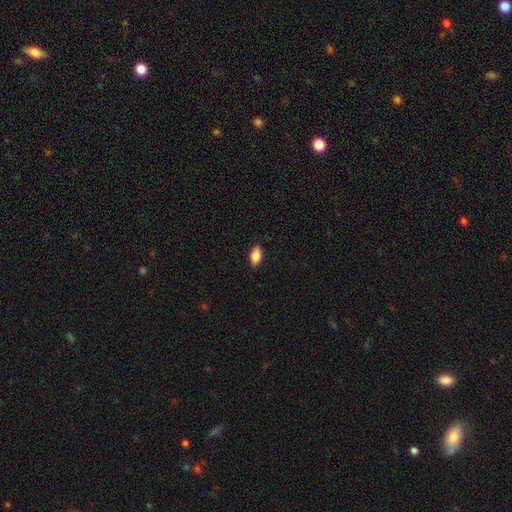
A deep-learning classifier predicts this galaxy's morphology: Smooth or featured? Predicted: smooth (p=0.81). How rounded? Predicted: in between (p=0.90). Merging? Predicted: none (p=0.88).